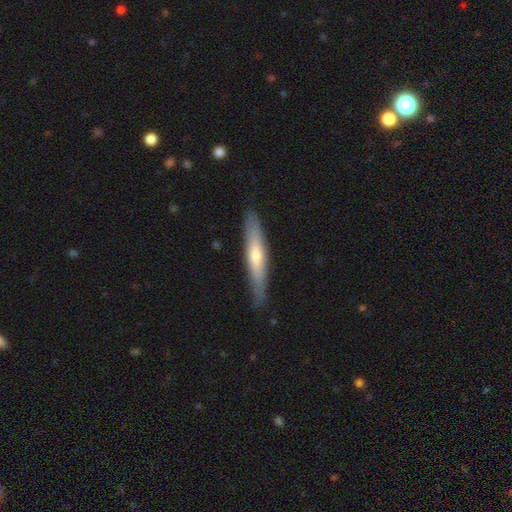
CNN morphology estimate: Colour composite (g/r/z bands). It shows a featured or disk galaxy (52%) viewed edge-on (86%). Merging: none (85%).